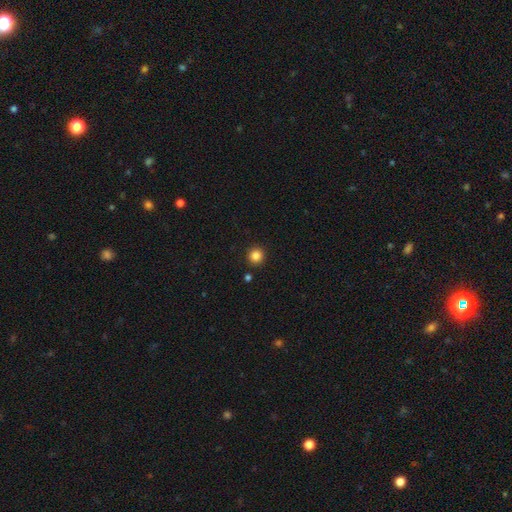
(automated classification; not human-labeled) Smooth or featured? smooth (84%)
How rounded? round (95%)
Merging? none (92%)